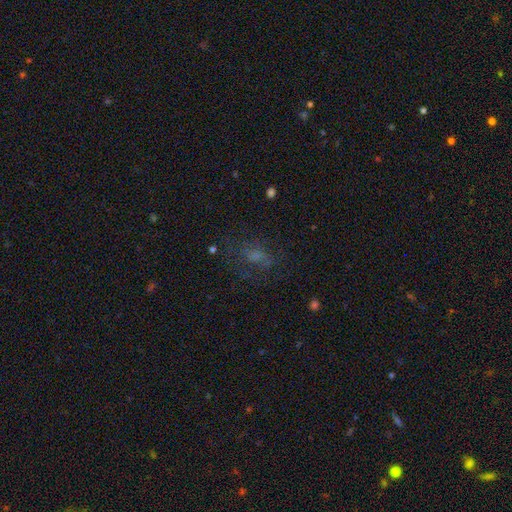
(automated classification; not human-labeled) Smooth or featured: smooth — 44% (featured or disk — 29%)
Merging: none — 57% (major disturbance — 21%)